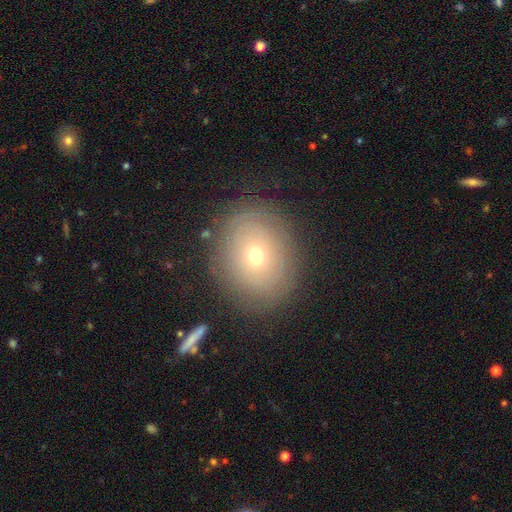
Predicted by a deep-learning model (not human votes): This is possibly a smooth galaxy (55%). How rounded: possibly round (51%). Merging: clearly none (83%).